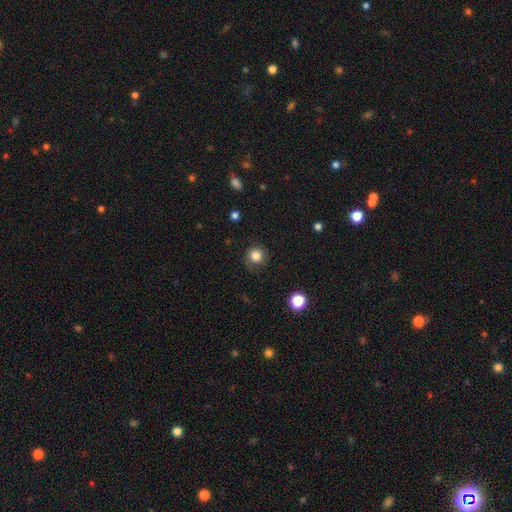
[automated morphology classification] A smooth galaxy with no disk features (80%) that is round (88%).

Vote fractions:
- Smooth or featured? smooth: 80% / star or artifact: 10% / featured or disk: 10%
- How rounded? round: 88% / in between: 11% / cigar-shaped: 1%
- Merging? none: 74% / minor disturbance: 17% / major disturbance: 8% / merger: 1%